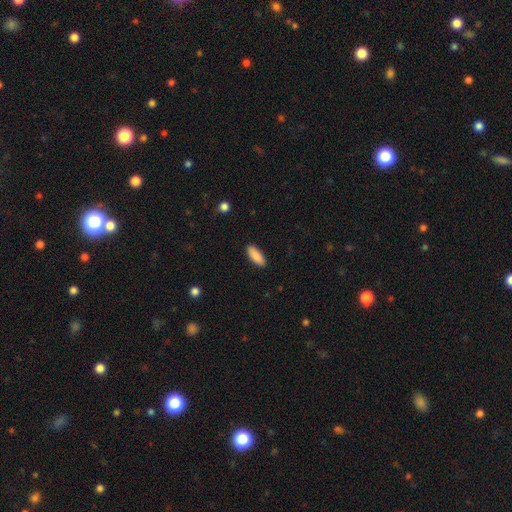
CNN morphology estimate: smooth 89%, star or artifact 6%, featured or disk 5%. Down the decision tree: how rounded — in between (73%); merging — none (90%).